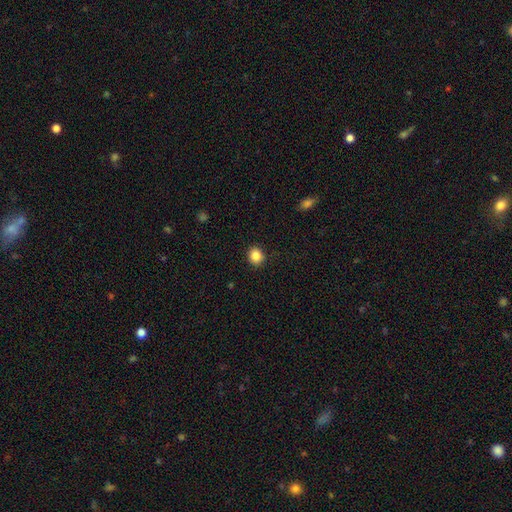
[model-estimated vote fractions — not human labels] Smooth or featured? Predicted: smooth (p=0.86). How rounded? Predicted: round (p=0.76). Merging? Predicted: none (p=0.91).